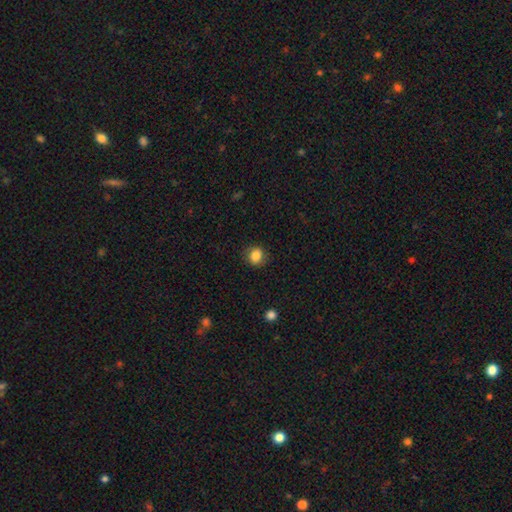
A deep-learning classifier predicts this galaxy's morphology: Smooth or featured? Predicted: smooth (p=0.84). How rounded? Predicted: round (p=0.70). Merging? Predicted: none (p=0.84).